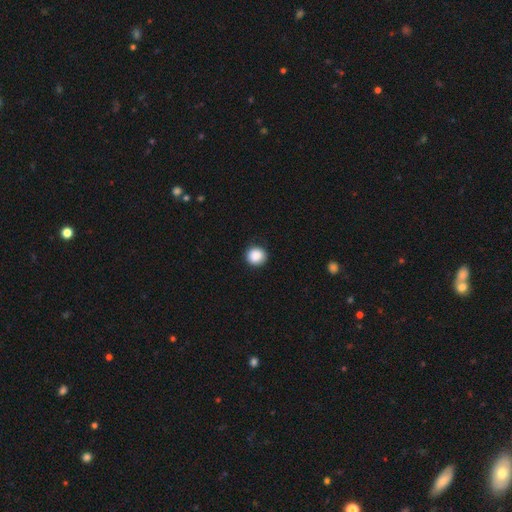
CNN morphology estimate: Smooth or featured? Predicted: smooth (p=0.88). How rounded? Predicted: round (p=0.93). Merging? Predicted: none (p=0.90).